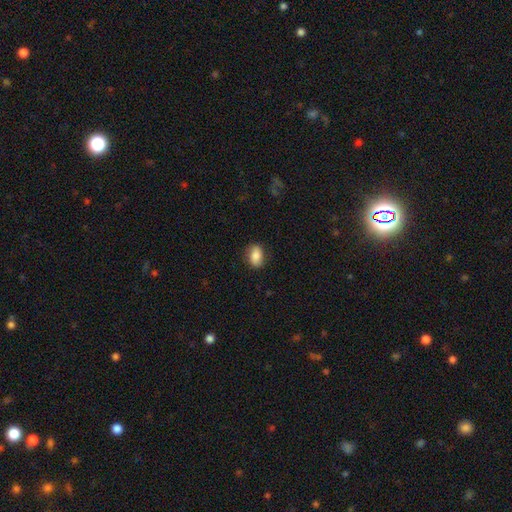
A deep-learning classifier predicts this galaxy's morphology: Q: Smooth or featured?
A: smooth (83%); runner-up: featured or disk (10%)
Q: How rounded?
A: in between (83%); runner-up: round (15%)
Q: Merging?
A: none (82%); runner-up: minor disturbance (14%)